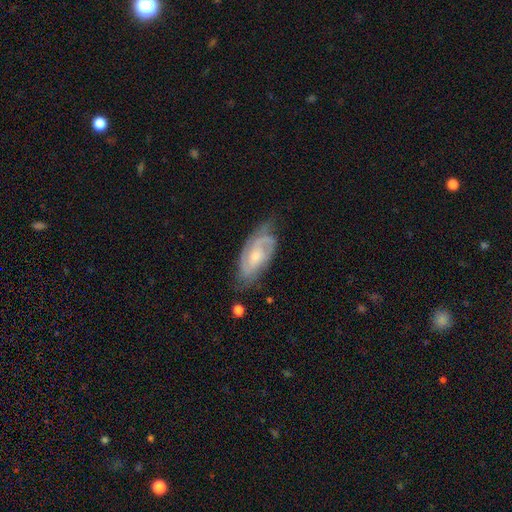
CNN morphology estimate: Smooth or featured: featured or disk — 77% (smooth — 17%)
Edge-on disk: no — 94% (yes — 6%)
Bar: no — 60% (weak — 35%)
Spiral arms: yes — 94% (no — 6%)
Spiral winding: tight — 50% (medium — 39%)
Spiral arm count: 2 — 50% (can't tell — 25%)
Bulge size: small — 54% (moderate — 38%)
Merging: none — 63% (minor disturbance — 26%)